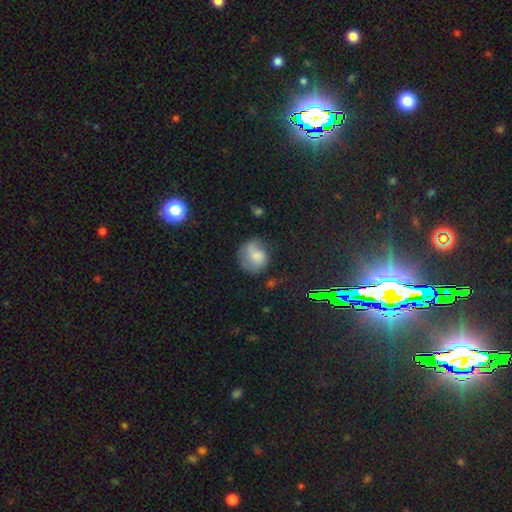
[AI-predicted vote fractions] Morphology: type=smooth (59%); roundness=round (79%); merging=none (53%).